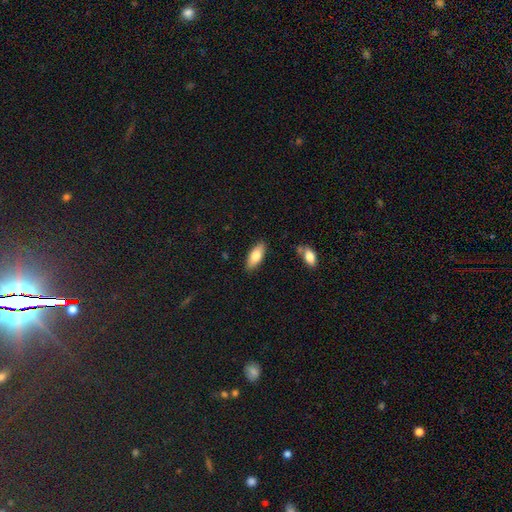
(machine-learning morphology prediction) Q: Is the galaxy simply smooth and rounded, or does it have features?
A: smooth — 76%.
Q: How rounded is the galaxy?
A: in between — 79%.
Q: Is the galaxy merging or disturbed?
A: none — 86%.